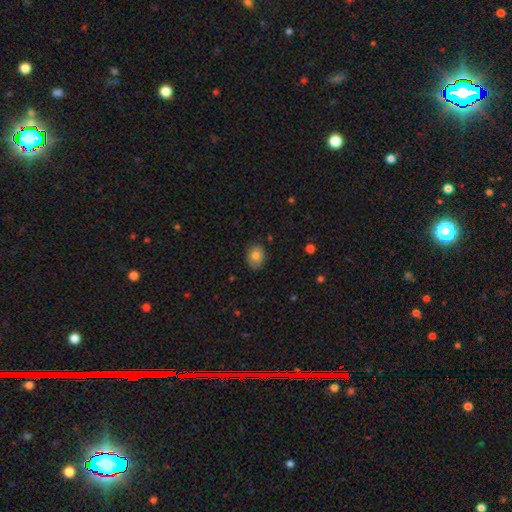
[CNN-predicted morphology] smooth_or_featured: smooth (p=0.81) [alt: featured or disk p=0.10]
how_rounded: in between (p=0.51) [alt: round p=0.48]
merging: none (p=0.82) [alt: minor disturbance p=0.14]